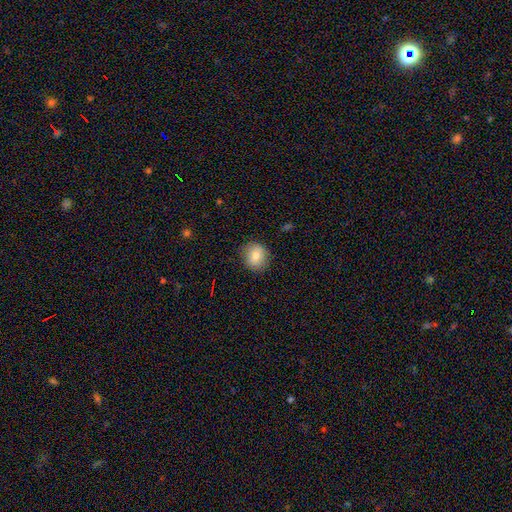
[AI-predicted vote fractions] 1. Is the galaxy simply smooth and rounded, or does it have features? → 80% smooth, 11% featured or disk, 9% star or artifact.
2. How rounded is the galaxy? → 82% round, 17% in between, 1% cigar-shaped.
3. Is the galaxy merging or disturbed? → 86% none, 10% minor disturbance, 3% major disturbance, 1% merger.